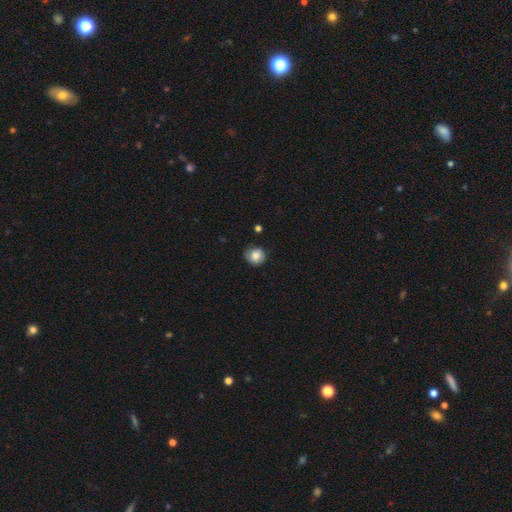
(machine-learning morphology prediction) smooth_or_featured: smooth (p=0.82) [alt: featured or disk p=0.09]
how_rounded: round (p=0.85) [alt: in between p=0.14]
merging: none (p=0.76) [alt: minor disturbance p=0.19]